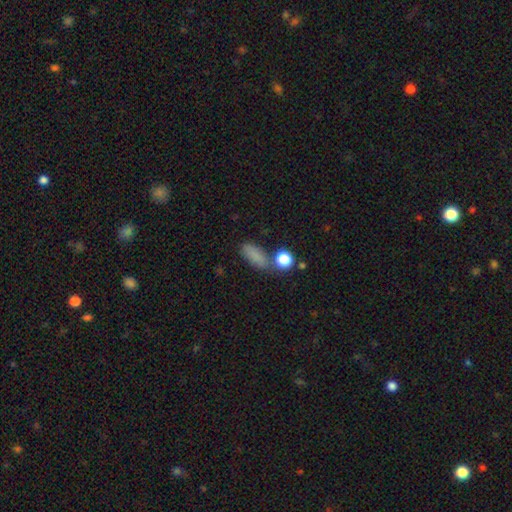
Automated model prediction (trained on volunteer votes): Smooth or featured?
  - smooth: 80% *
  - star or artifact: 13%
  - featured or disk: 7%
How rounded?
  - in between: 64% *
  - cigar-shaped: 26%
  - round: 10%
Merging?
  - none: 66% *
  - minor disturbance: 17%
  - merger: 11%
  - major disturbance: 7%